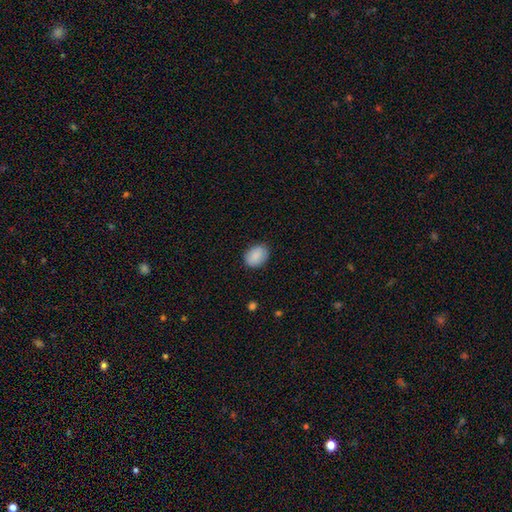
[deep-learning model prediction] Q: Smooth or featured?
A: smooth (89%); runner-up: star or artifact (7%)
Q: How rounded?
A: in between (70%); runner-up: round (29%)
Q: Merging?
A: none (85%); runner-up: minor disturbance (12%)